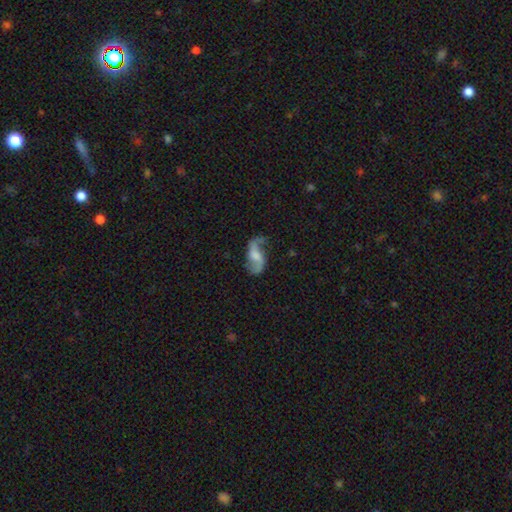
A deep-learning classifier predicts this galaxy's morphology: Q: Smooth or featured?
A: featured or disk (77%); runner-up: smooth (16%)
Q: Edge-on disk?
A: no (96%); runner-up: yes (4%)
Q: Bar?
A: weak (47%); runner-up: no (38%)
Q: Spiral arms?
A: yes (93%); runner-up: no (7%)
Q: Spiral winding?
A: loose (75%); runner-up: medium (20%)
Q: Spiral arm count?
A: 2 (90%); runner-up: 1 (4%)
Q: Bulge size?
A: none (31%); runner-up: moderate (29%)
Q: Merging?
A: none (64%); runner-up: minor disturbance (20%)